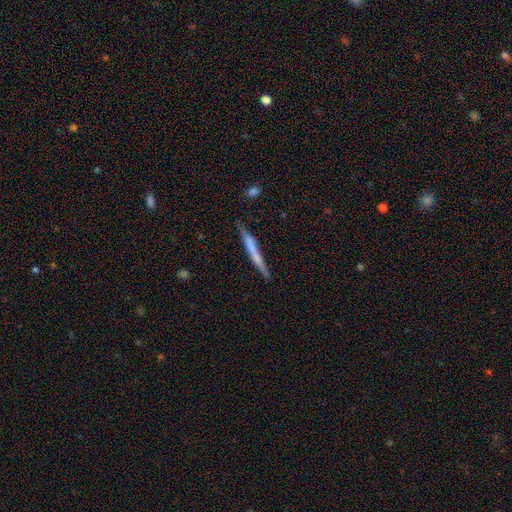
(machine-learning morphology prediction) This appears to be a smooth galaxy with no disk features (48%). Merging: none (83%).